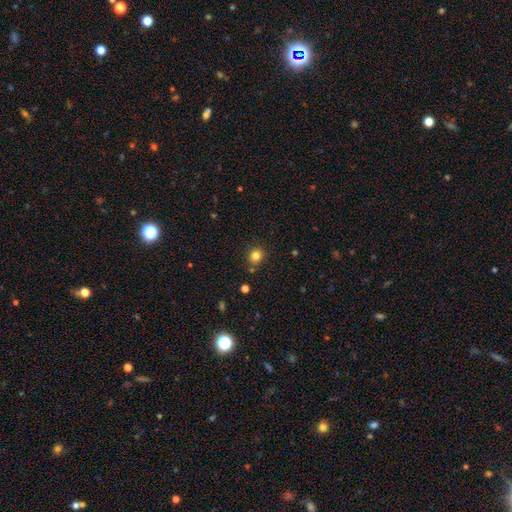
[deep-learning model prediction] This is clearly a smooth galaxy (81%). How rounded: clearly round (86%). Merging: clearly none (84%).